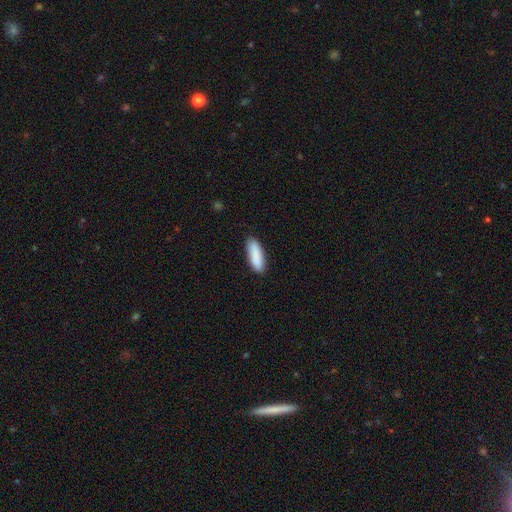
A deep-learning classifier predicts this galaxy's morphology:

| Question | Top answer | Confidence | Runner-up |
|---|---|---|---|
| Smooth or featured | smooth | 89% | star or artifact (6%) |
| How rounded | in between | 58% | cigar-shaped (41%) |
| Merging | none | 85% | minor disturbance (12%) |